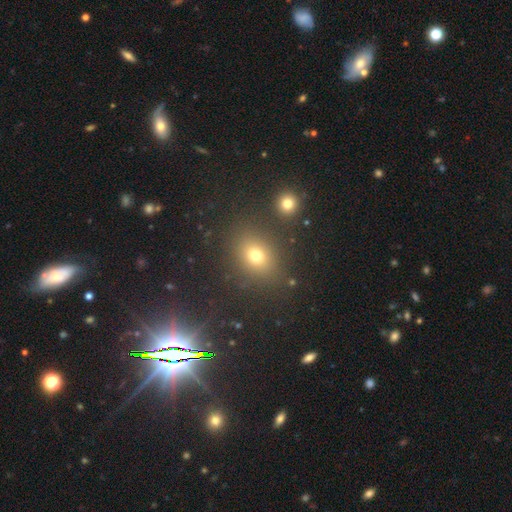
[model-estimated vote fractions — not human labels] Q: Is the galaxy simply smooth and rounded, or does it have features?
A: smooth — 70%.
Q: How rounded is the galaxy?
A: in between — 52%.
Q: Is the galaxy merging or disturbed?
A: none — 81%.